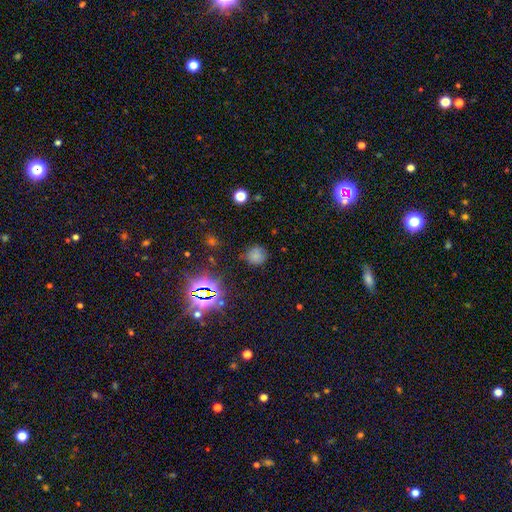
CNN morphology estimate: smooth_or_featured: smooth (p=0.68) [alt: star or artifact p=0.24]
how_rounded: round (p=0.88) [alt: in between p=0.11]
merging: none (p=0.79) [alt: minor disturbance p=0.14]